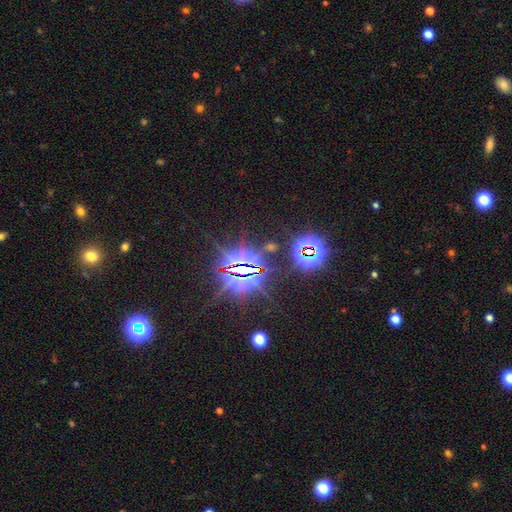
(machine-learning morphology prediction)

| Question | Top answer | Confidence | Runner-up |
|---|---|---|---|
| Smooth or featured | star or artifact | 84% | smooth (8%) |